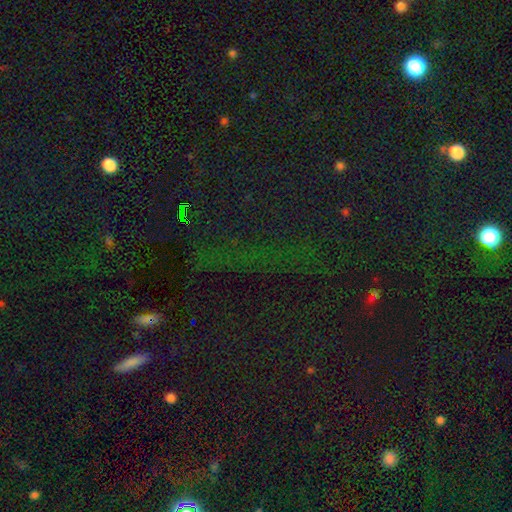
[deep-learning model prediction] The model was most divided on "smooth or featured": star or artifact: 77%, smooth: 15%, featured or disk: 8%.